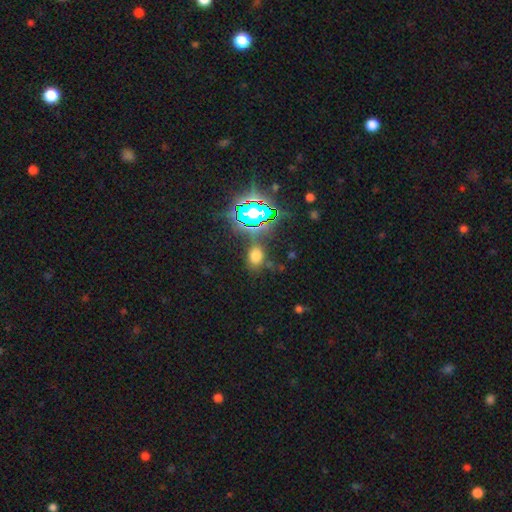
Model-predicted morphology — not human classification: This is possibly a smooth galaxy (58%). How rounded: likely in between (63%). Merging: likely none (74%).